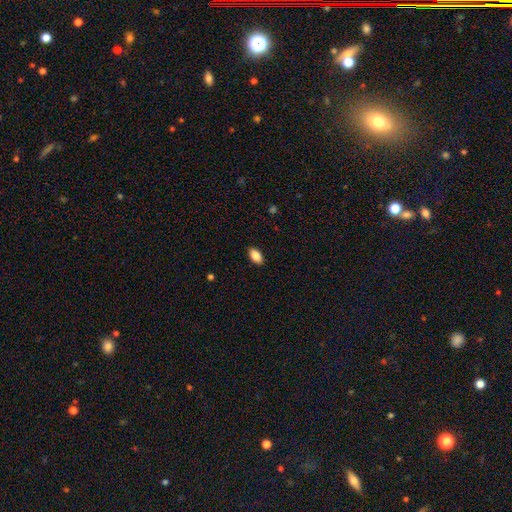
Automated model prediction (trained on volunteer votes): This appears to be a smooth galaxy with no disk features (87%) that is in between round and cigar-shaped (92%). Merging: none (89%).